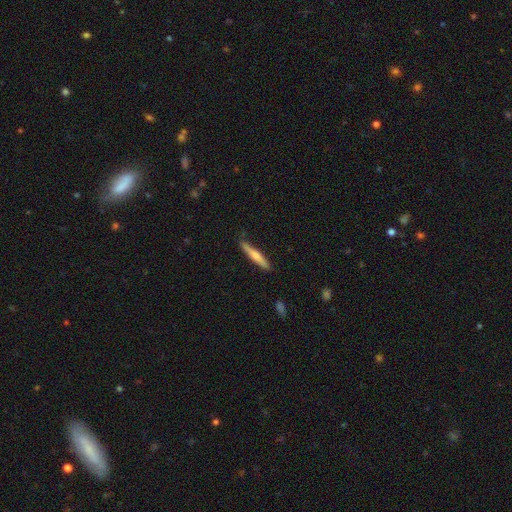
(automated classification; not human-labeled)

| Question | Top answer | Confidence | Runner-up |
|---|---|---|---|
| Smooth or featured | smooth | 57% | featured or disk (37%) |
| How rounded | cigar-shaped | 93% | in between (6%) |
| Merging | none | 84% | minor disturbance (12%) |